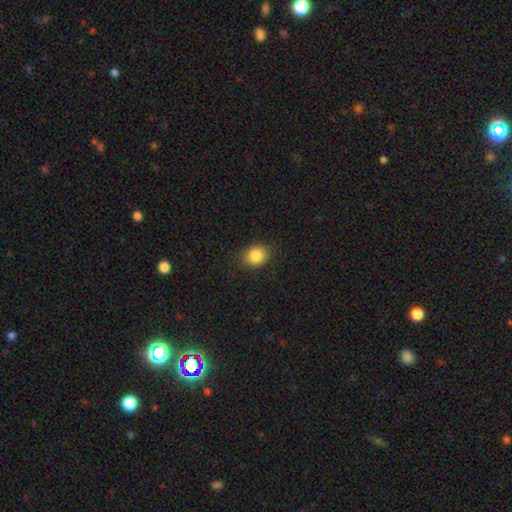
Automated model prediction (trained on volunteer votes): Smooth or featured: smooth — 86% (star or artifact — 9%)
How rounded: round — 61% (in between — 38%)
Merging: none — 86% (minor disturbance — 10%)